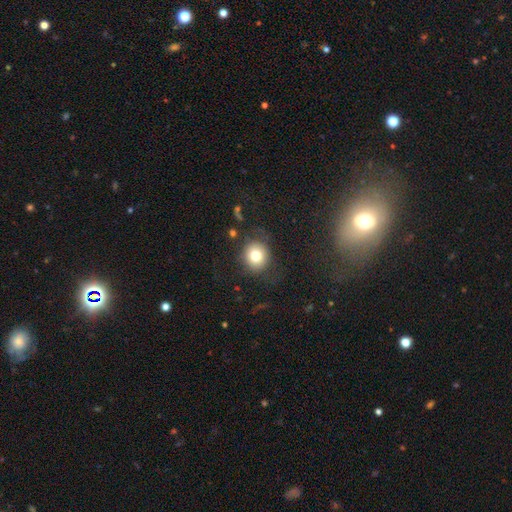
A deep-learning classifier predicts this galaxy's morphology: A smooth galaxy with no disk features (76%) that is round (87%).

Vote fractions:
- Smooth or featured? smooth: 76% / featured or disk: 12% / star or artifact: 12%
- How rounded? round: 87% / in between: 12% / cigar-shaped: 1%
- Merging? none: 77% / minor disturbance: 13% / major disturbance: 8% / merger: 2%